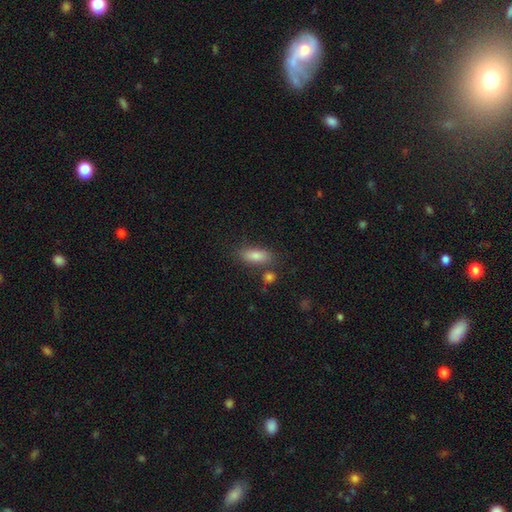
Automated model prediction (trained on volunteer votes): This appears to be a smooth galaxy with no disk features (81%) that is in between round and cigar-shaped (77%). Merging: none (75%).